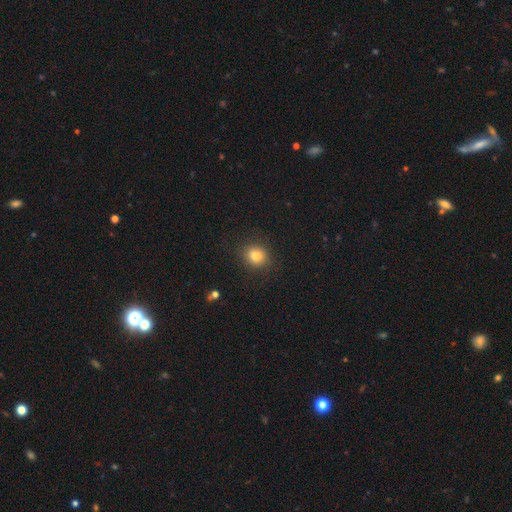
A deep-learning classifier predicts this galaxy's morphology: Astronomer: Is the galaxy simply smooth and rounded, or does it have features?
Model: smooth — 82%.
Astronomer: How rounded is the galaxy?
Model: round — 72%.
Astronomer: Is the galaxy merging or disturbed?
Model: none — 87%.